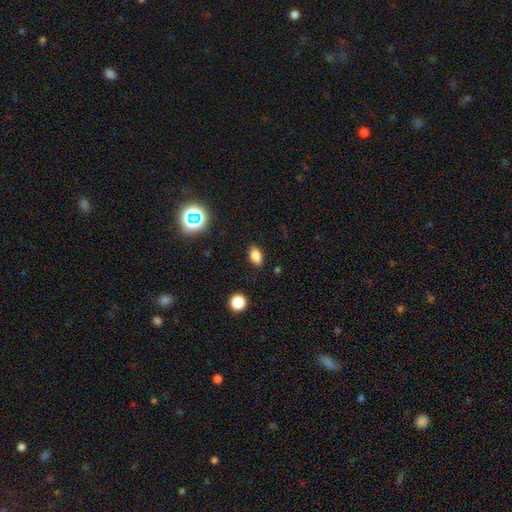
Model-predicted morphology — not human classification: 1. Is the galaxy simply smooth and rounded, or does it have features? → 81% smooth, 12% star or artifact, 6% featured or disk.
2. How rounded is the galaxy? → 86% in between, 12% round, 3% cigar-shaped.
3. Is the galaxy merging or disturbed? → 86% none, 10% minor disturbance, 3% major disturbance, 1% merger.